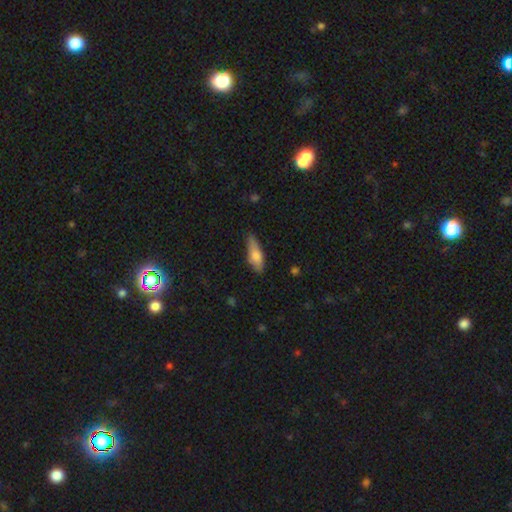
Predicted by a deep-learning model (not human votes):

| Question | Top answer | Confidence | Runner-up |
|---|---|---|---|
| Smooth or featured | smooth | 70% | featured or disk (24%) |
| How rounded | in between | 59% | cigar-shaped (39%) |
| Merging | none | 72% | minor disturbance (22%) |